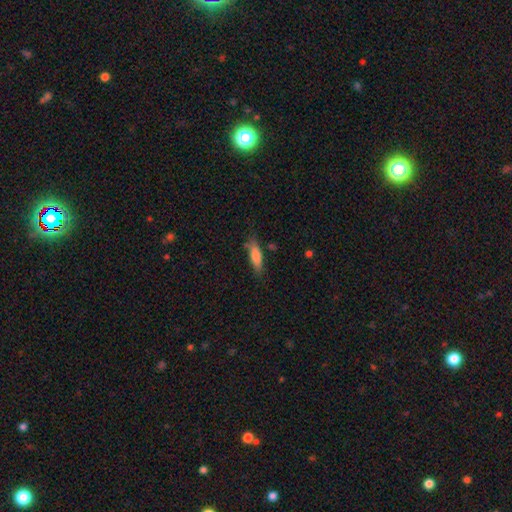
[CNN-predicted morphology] This is likely a smooth galaxy (78%). How rounded: possibly cigar-shaped (52%). Merging: likely none (73%).